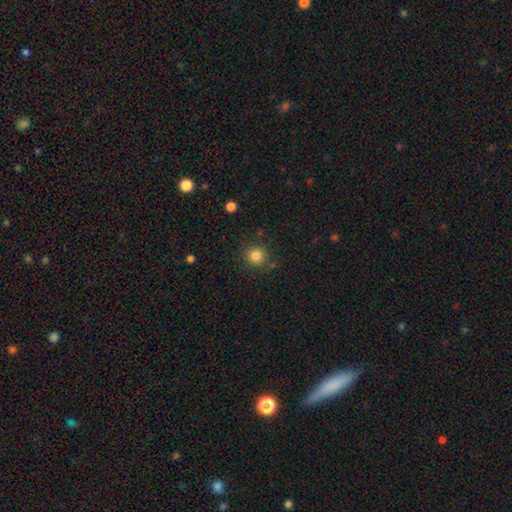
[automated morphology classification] The model was most divided on "smooth or featured": smooth: 83%, star or artifact: 12%, featured or disk: 5%. More confident: how rounded — round (91%); merging — none (85%).